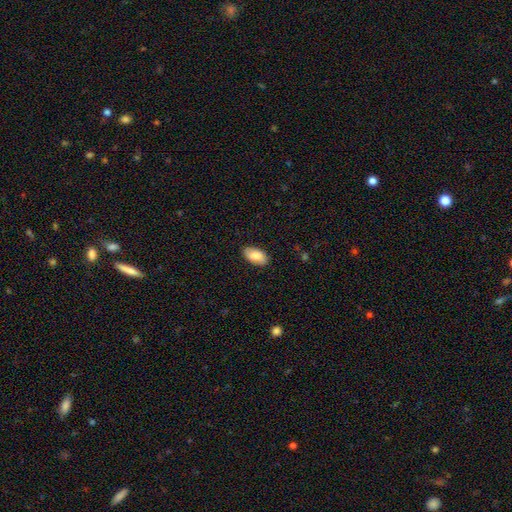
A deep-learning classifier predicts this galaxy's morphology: Smooth or featured? Predicted: smooth (p=0.82). How rounded? Predicted: in between (p=0.95). Merging? Predicted: none (p=0.87).